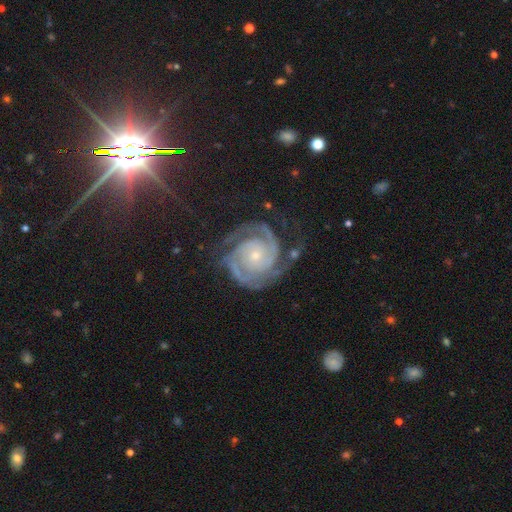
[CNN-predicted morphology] Overall: featured or disk (92%). Edge-on disk: no (98%). Bar: no (76%). Spiral arms: yes (99%). Spiral arm count: 2 (65%). Spiral winding: tight (73%). Bulge size: small (74%). Merging: none (71%).